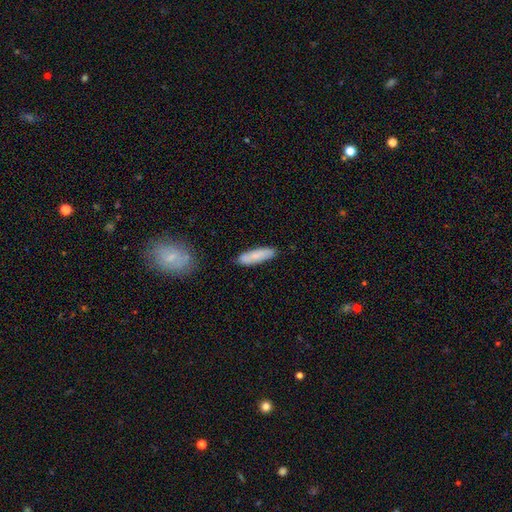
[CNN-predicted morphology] Overall: smooth (78%). How rounded: cigar-shaped (65%; in between 33%). Merging: none (82%).